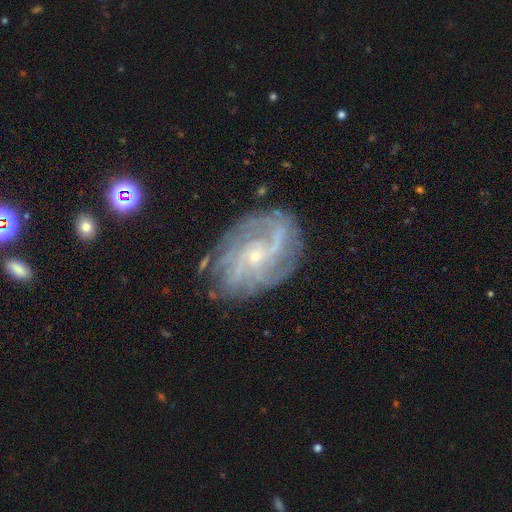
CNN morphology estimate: smooth-or-featured: featured or disk: 85% | smooth: 7% | star or artifact: 7%
  disk-edge-on: no: 97% | yes: 3%
    bar: no: 68% | weak: 26% | strong: 6%
    has-spiral-arms: yes: 95% | no: 5%
      spiral-winding: tight: 46% | medium: 38% | loose: 16%
      spiral-arm-count: can't tell: 31% | 4: 18% | 2: 17% | 3: 16% | more than 4: 11% | 1: 7%
    bulge-size: small: 84% | moderate: 12% | none: 3% | large: 1% | dominant: 1%
  merging: none: 74% | minor disturbance: 17% | major disturbance: 8% | merger: 2%